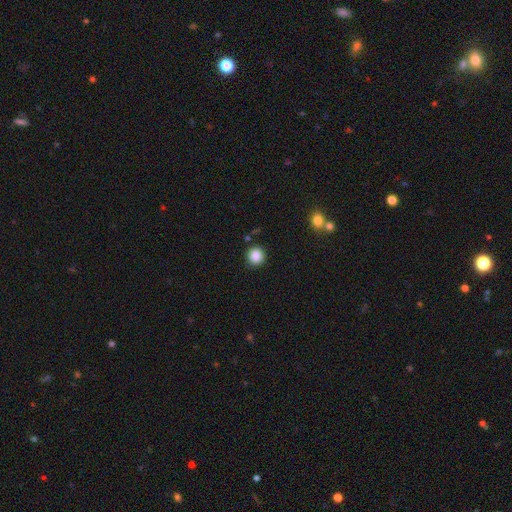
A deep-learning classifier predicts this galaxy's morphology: This is clearly a smooth galaxy (87%). How rounded: clearly round (94%). Merging: clearly none (88%).